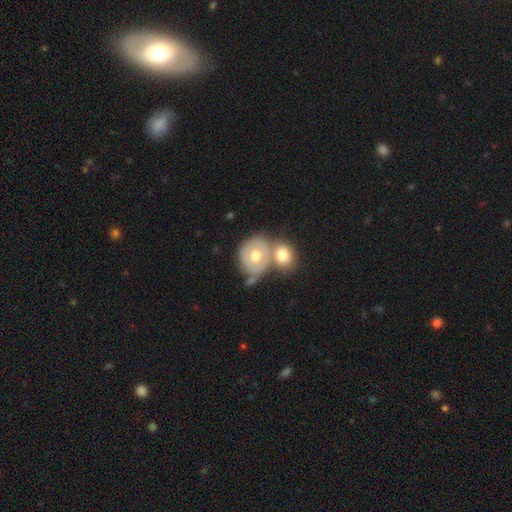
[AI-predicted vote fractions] Overall: featured or disk (48%; smooth 46%). Merging: none (41%; merger 40%).